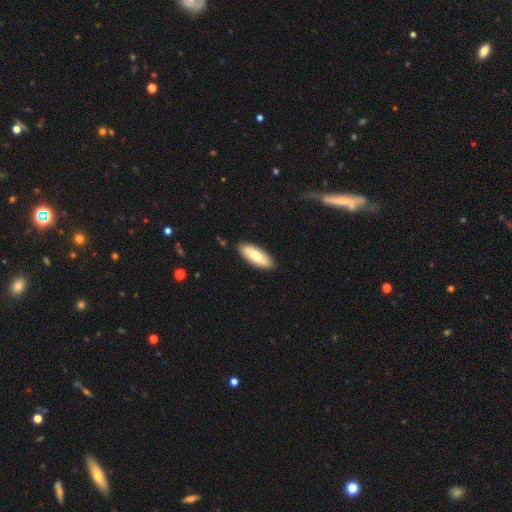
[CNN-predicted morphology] Smooth or featured?
  - smooth: 68% *
  - featured or disk: 27%
  - star or artifact: 5%
How rounded?
  - in between: 75% *
  - cigar-shaped: 23%
  - round: 2%
Merging?
  - none: 89% *
  - minor disturbance: 8%
  - major disturbance: 2%
  - merger: 1%